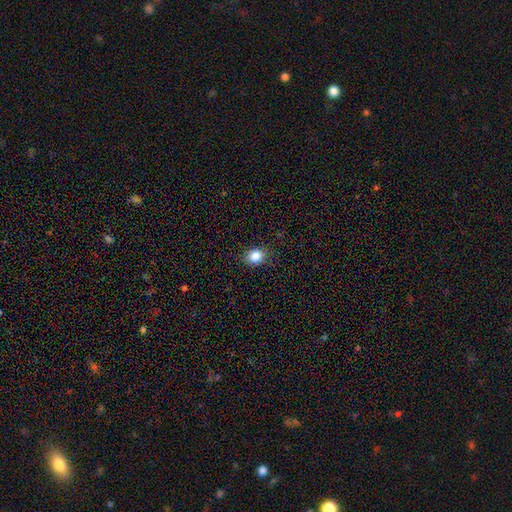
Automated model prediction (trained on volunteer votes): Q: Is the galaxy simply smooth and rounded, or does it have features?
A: smooth — 85%.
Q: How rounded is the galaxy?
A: round — 58%.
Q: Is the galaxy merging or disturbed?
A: none — 87%.